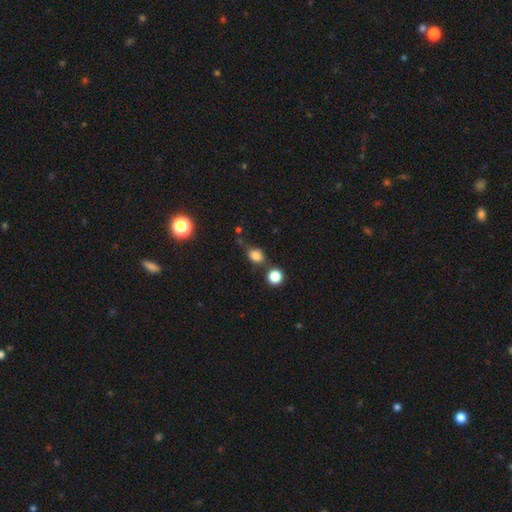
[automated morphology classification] type=smooth (81%); roundness=round (51%); merging=none (62%).